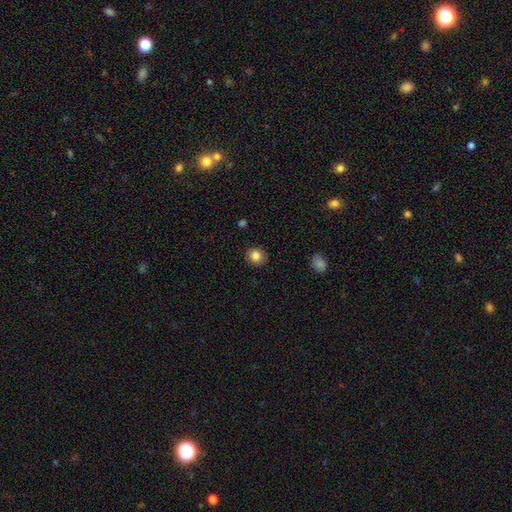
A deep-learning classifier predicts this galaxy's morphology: Smooth or featured?
  - smooth: 84% *
  - star or artifact: 10%
  - featured or disk: 6%
How rounded?
  - round: 85% *
  - in between: 14%
  - cigar-shaped: 1%
Merging?
  - none: 90% *
  - minor disturbance: 7%
  - major disturbance: 2%
  - merger: 1%